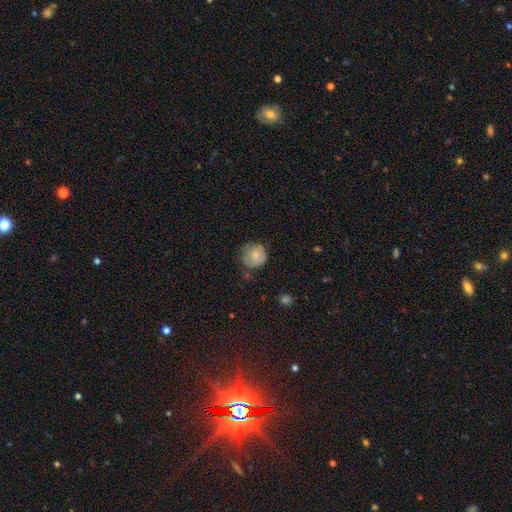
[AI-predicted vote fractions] smooth 76%, featured or disk 16%, star or artifact 8%. Down the decision tree: how rounded — round (86%); merging — none (57%).